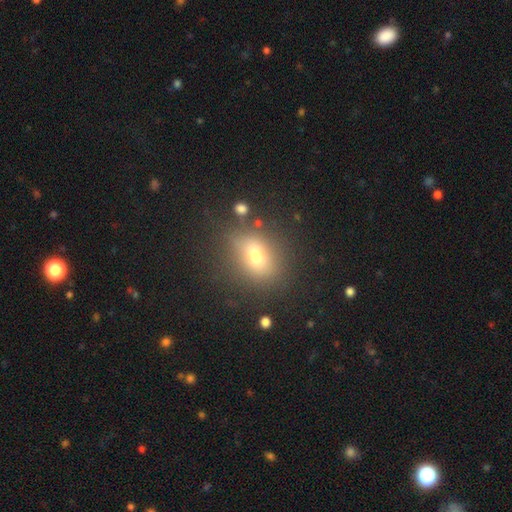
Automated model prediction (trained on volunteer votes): A smooth galaxy with no disk features (69%) that is in between round and cigar-shaped (61%). Merging: none (77%).